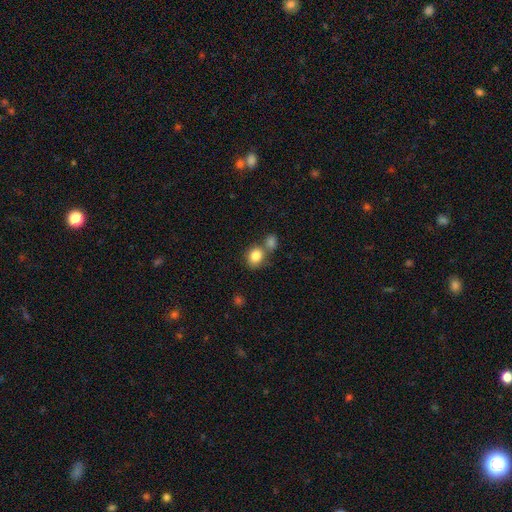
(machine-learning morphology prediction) A smooth galaxy with no disk features (84%) that is round (63%).

Vote fractions:
- Smooth or featured? smooth: 84% / star or artifact: 9% / featured or disk: 7%
- How rounded? round: 63% / in between: 36% / cigar-shaped: 1%
- Merging? none: 53% / merger: 33% / minor disturbance: 11% / major disturbance: 4%